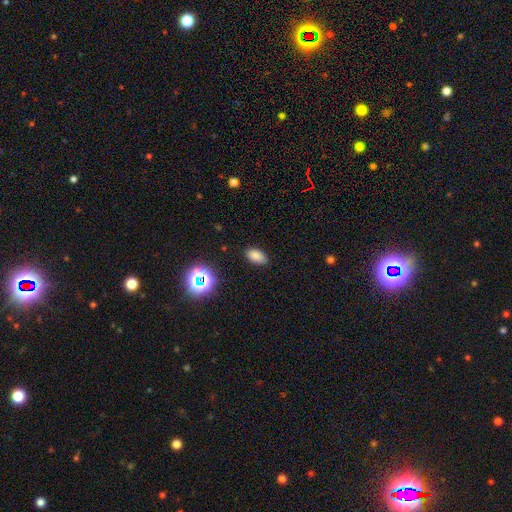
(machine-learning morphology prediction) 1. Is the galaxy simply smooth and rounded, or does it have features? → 80% smooth, 15% star or artifact, 5% featured or disk.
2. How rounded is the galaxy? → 91% in between, 7% round, 2% cigar-shaped.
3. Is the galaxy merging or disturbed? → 85% none, 11% minor disturbance, 3% major disturbance, 1% merger.